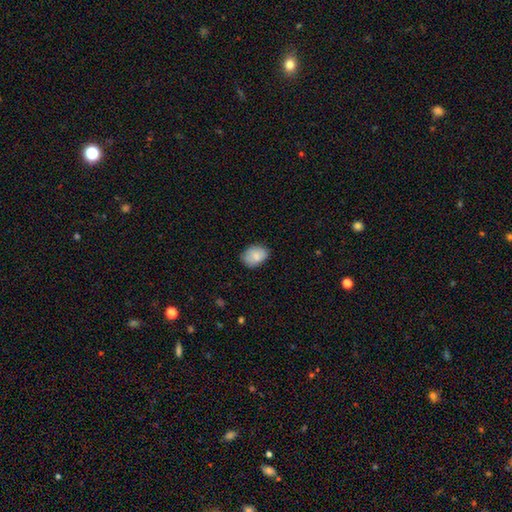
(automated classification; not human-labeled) A smooth galaxy with no disk features (84%) that is in between round and cigar-shaped (73%).

Vote fractions:
- Smooth or featured? smooth: 84% / featured or disk: 9% / star or artifact: 7%
- How rounded? in between: 73% / round: 26% / cigar-shaped: 1%
- Merging? none: 76% / minor disturbance: 20% / major disturbance: 3% / merger: 1%